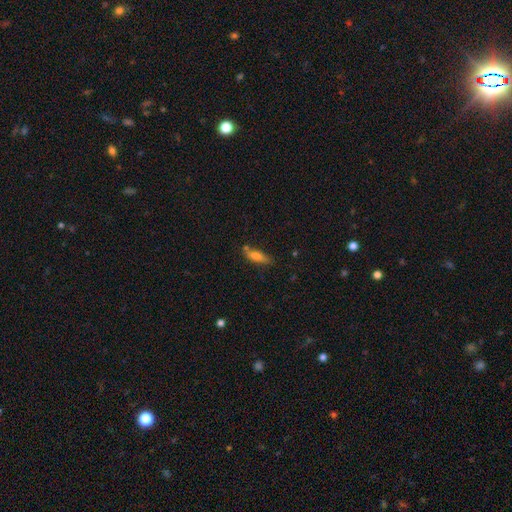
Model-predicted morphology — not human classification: A smooth galaxy with no disk features (71%) that is cigar-shaped (50%).

Vote fractions:
- Smooth or featured? smooth: 71% / featured or disk: 21% / star or artifact: 9%
- How rounded? cigar-shaped: 50% / in between: 48% / round: 3%
- Merging? none: 65% / minor disturbance: 22% / merger: 8% / major disturbance: 6%